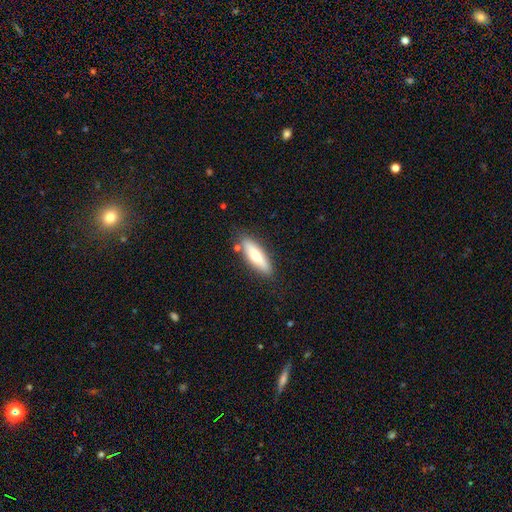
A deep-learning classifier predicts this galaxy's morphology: This appears to be a smooth galaxy with no disk features (67%) that is cigar-shaped (58%). Merging: none (81%).